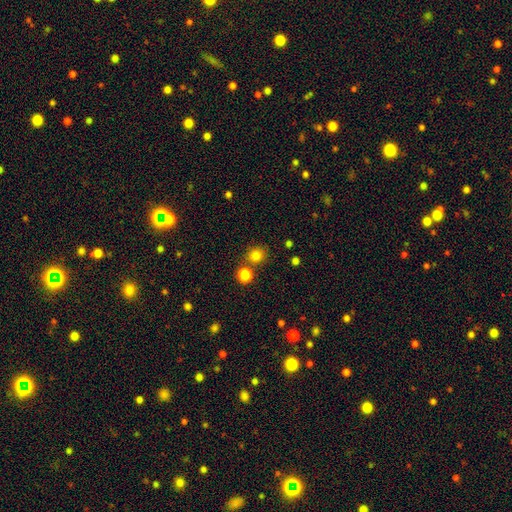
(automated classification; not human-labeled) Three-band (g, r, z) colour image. It shows a smooth galaxy with no disk features (81%) that is round (87%). Merging: none (73%).